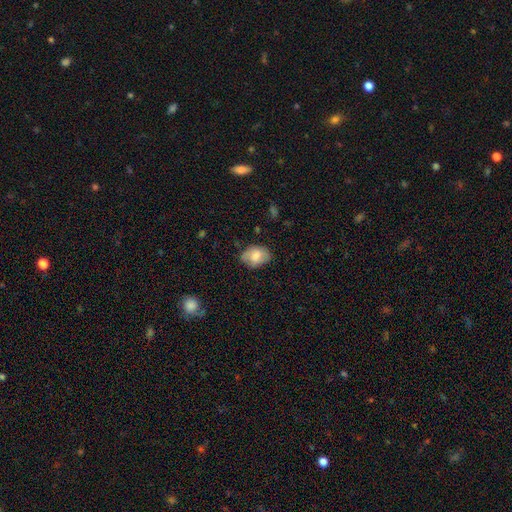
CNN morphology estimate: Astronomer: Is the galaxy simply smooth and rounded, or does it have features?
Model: smooth — 72%.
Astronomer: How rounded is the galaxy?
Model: in between — 78%.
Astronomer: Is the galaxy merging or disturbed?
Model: none — 66%.